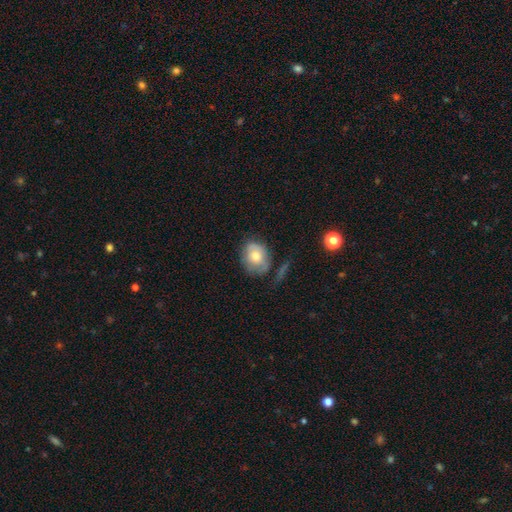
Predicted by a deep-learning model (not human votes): Smooth or featured: smooth — 65% (featured or disk — 27%)
How rounded: in between — 50% (round — 49%)
Merging: none — 56% (minor disturbance — 27%)